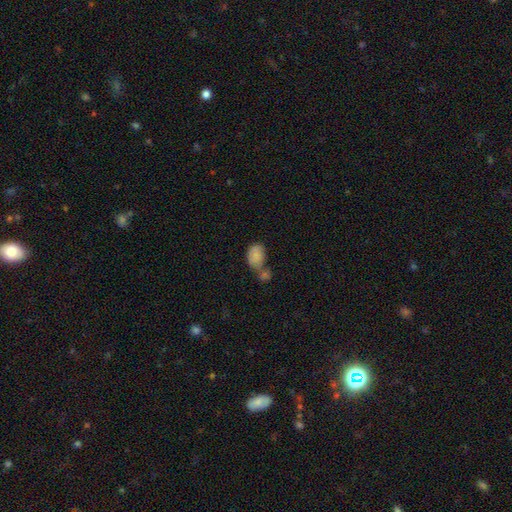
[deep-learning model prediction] Smooth or featured: smooth — 83% (featured or disk — 9%)
How rounded: in between — 84% (round — 15%)
Merging: merger — 51% (none — 29%)